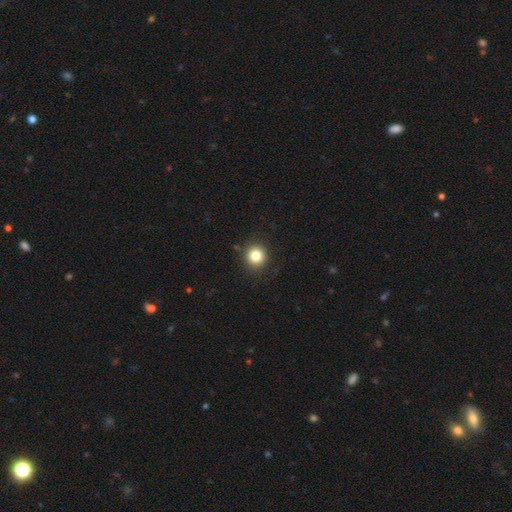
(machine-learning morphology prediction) Overall: smooth (82%). How rounded: round (93%). Merging: none (90%).